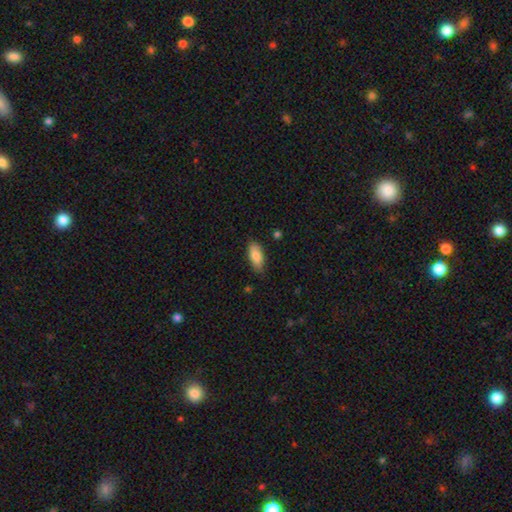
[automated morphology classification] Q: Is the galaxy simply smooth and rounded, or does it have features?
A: smooth — 84%.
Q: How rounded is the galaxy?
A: in between — 83%.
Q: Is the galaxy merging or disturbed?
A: none — 80%.